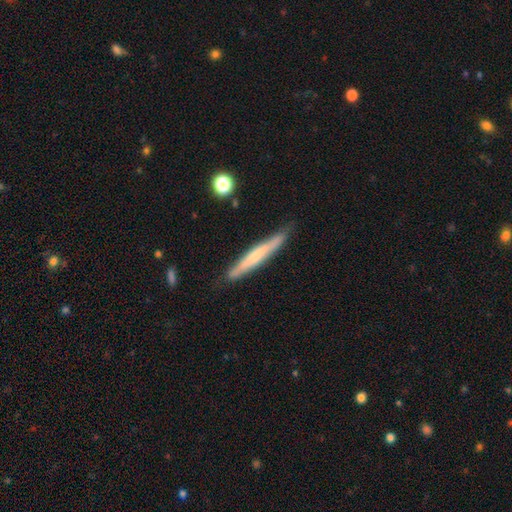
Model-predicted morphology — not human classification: This appears to be a smooth galaxy with no disk features (49%). Merging: none (79%).